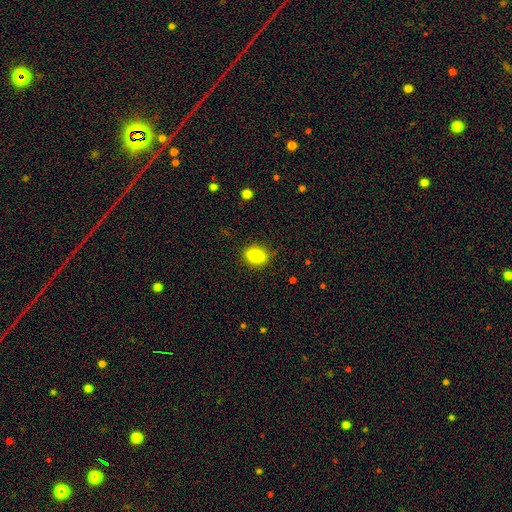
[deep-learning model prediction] This appears to be a smooth galaxy with no disk features (79%) that is in between round and cigar-shaped (67%). Merging: none (86%).